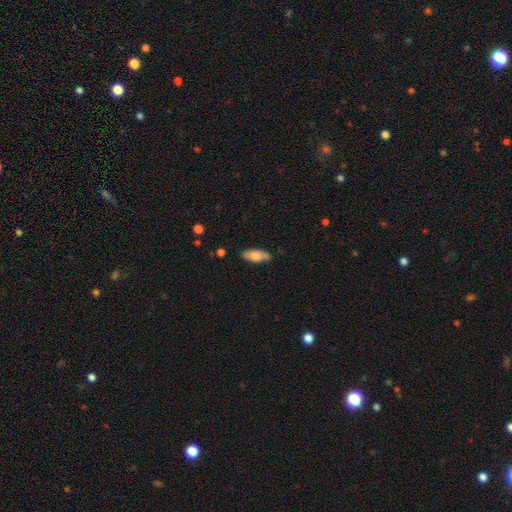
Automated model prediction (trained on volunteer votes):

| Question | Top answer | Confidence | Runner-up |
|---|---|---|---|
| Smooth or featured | smooth | 74% | featured or disk (20%) |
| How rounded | in between | 73% | cigar-shaped (24%) |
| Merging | none | 80% | minor disturbance (16%) |